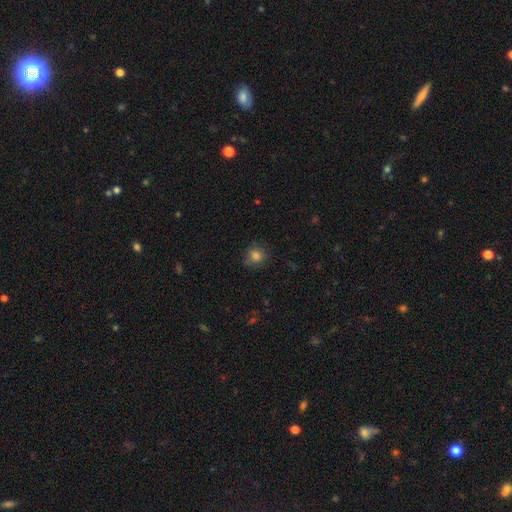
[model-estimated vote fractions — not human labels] Q: Smooth or featured?
A: smooth (81%); runner-up: star or artifact (12%)
Q: How rounded?
A: round (83%); runner-up: in between (16%)
Q: Merging?
A: none (80%); runner-up: minor disturbance (15%)